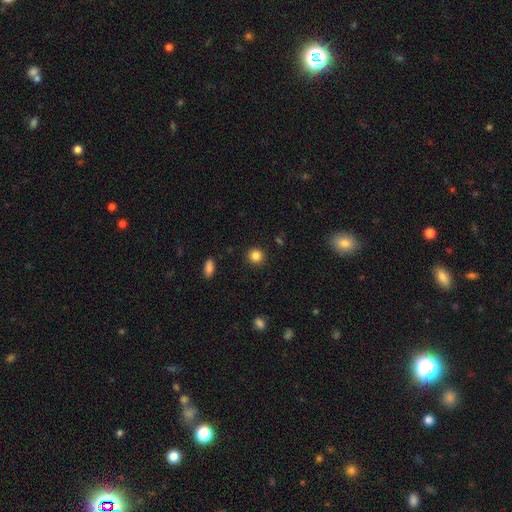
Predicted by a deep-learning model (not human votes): A smooth galaxy with no disk features (84%) that is round (91%). Merging: none (91%).